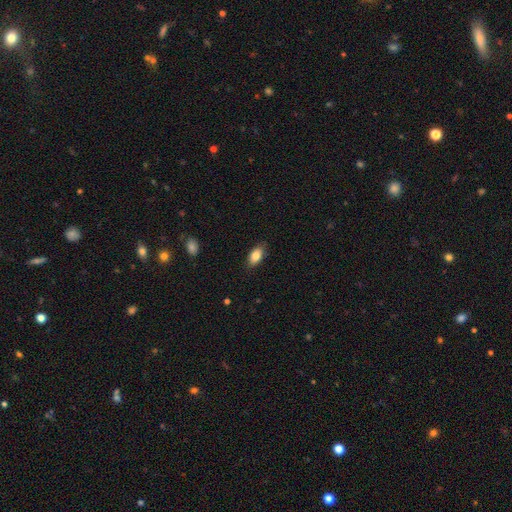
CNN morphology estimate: Smooth or featured: smooth — 83% (featured or disk — 9%)
How rounded: in between — 91% (round — 5%)
Merging: none — 86% (minor disturbance — 11%)